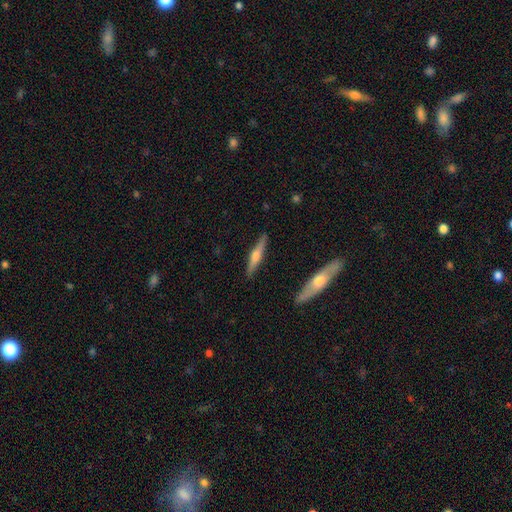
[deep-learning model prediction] This is possibly a featured or disk galaxy (56%). It is clearly viewed edge-on (96%). Edge-on bulge: clearly rounded (87%). Merging: clearly none (88%).